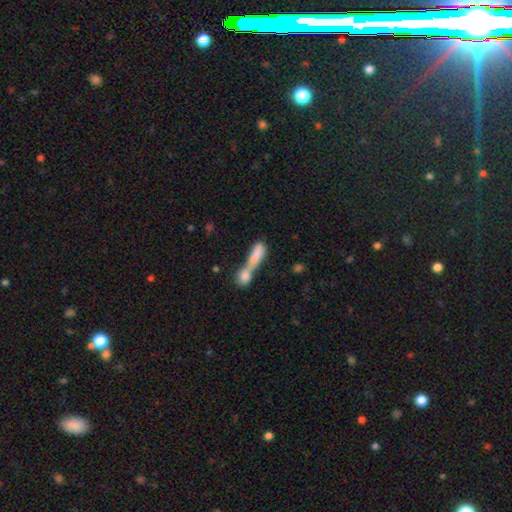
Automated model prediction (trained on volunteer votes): This appears to be a smooth galaxy with no disk features (76%) that is cigar-shaped (52%). Merging: merger (74%).